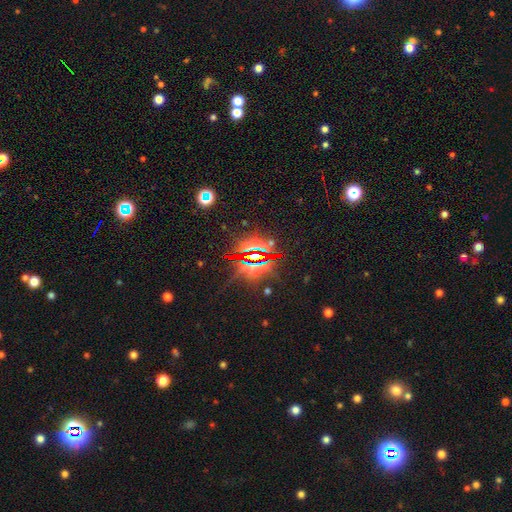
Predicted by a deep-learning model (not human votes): Smooth or featured? star or artifact (80%)